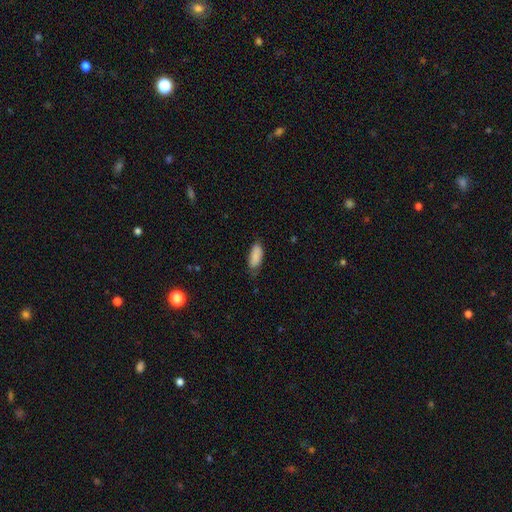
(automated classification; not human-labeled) This is clearly a smooth galaxy (87%). How rounded: clearly in between (84%). Merging: likely none (61%).